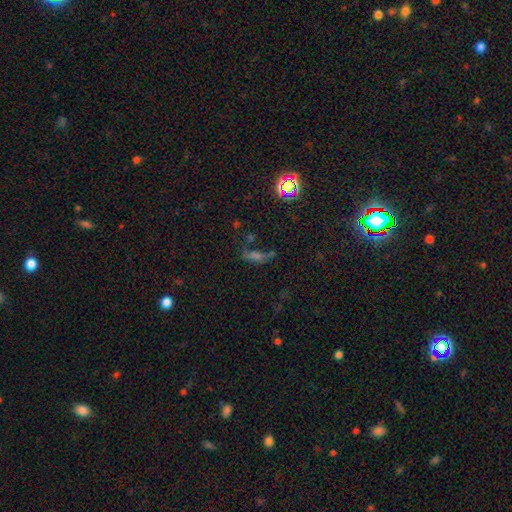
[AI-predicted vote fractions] A smooth galaxy with no disk features (42%).

Vote fractions:
- Smooth or featured? smooth: 42% / star or artifact: 38% / featured or disk: 20%
- Merging? none: 49% / minor disturbance: 20% / major disturbance: 17% / merger: 13%